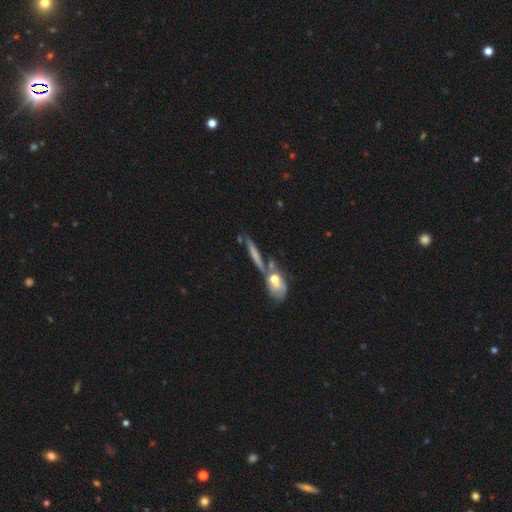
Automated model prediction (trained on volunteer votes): Overall: featured or disk (59%; smooth 30%). Edge-on disk: yes (71%). Merging: none (51%; merger 31%).